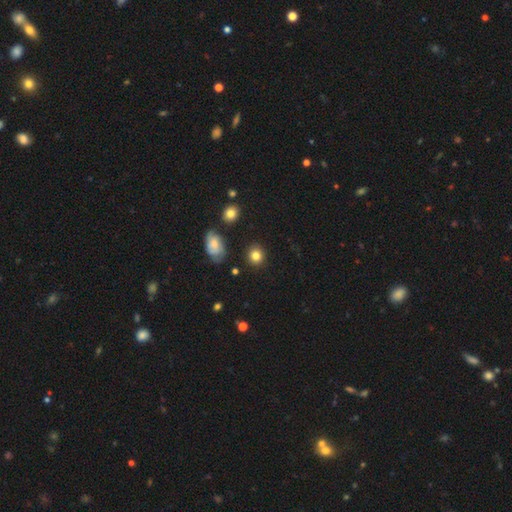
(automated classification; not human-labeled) smooth 83%, star or artifact 10%, featured or disk 7%. Down the decision tree: how rounded — round (80%); merging — none (85%).